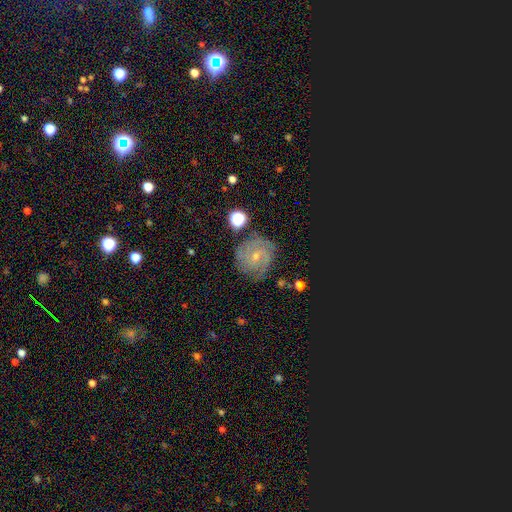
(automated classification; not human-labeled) This appears to be a featured or disk galaxy (80%) with no bar (58%), 3 (29%) tight (67%) spiral arms (96%) and a small central bulge (72%). Merging: none (77%).